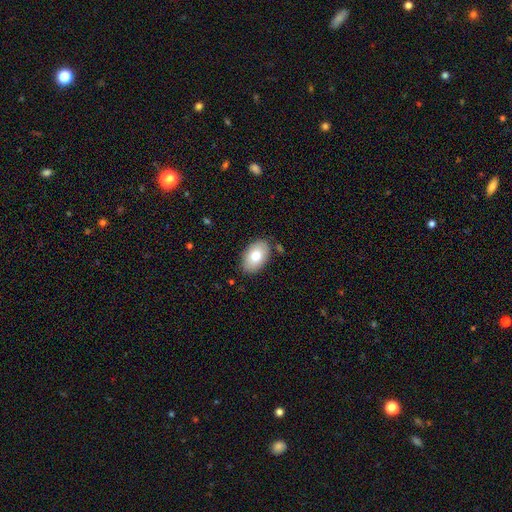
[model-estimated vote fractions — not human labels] This appears to be a smooth galaxy with no disk features (75%) that is in between round and cigar-shaped (92%). Merging: none (84%).